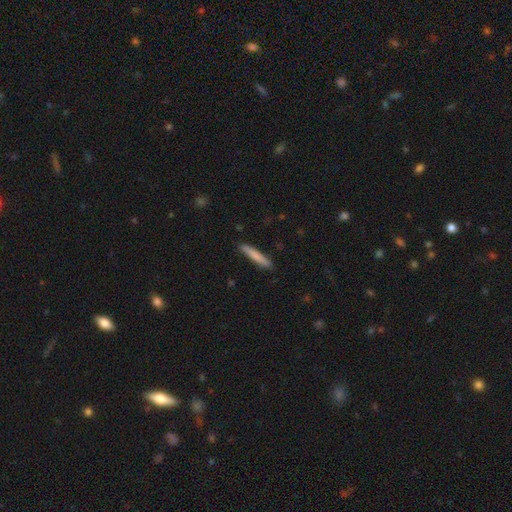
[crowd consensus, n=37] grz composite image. It shows a smooth galaxy with no disk features (68%) that is cigar-shaped (92%). Merging: none (83%).